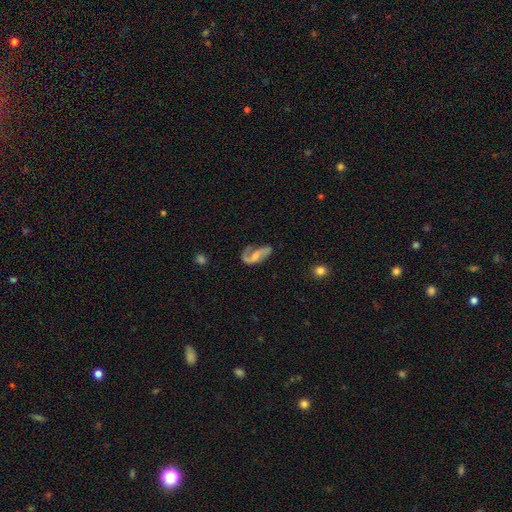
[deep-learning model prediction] A featured or disk galaxy (74%) with no bar (44%), 2 (71%) loose (60%) spiral arms (91%) and a small central bulge (37%).

Vote fractions:
- Smooth or featured? featured or disk: 74% / smooth: 19% / star or artifact: 7%
- Edge-on disk? no: 96% / yes: 4%
- Bar? no: 44% / weak: 39% / strong: 17%
- Spiral arms? yes: 91% / no: 9%
- Spiral winding? loose: 60% / medium: 30% / tight: 9%
- Spiral arm count? 2: 71% / 1: 23% / can't tell: 4% / 3: 1% / 4: 1% / more than 4: 1%
- Bulge size? small: 37% / none: 32% / moderate: 25% / large: 5% / dominant: 2%
- Merging? none: 47% / major disturbance: 25% / minor disturbance: 23% / merger: 4%